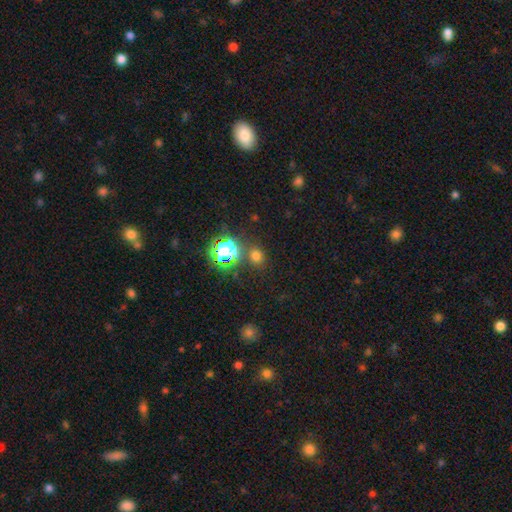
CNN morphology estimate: smooth 63%, star or artifact 32%, featured or disk 5%. Down the decision tree: how rounded — round (77%); merging — none (79%).